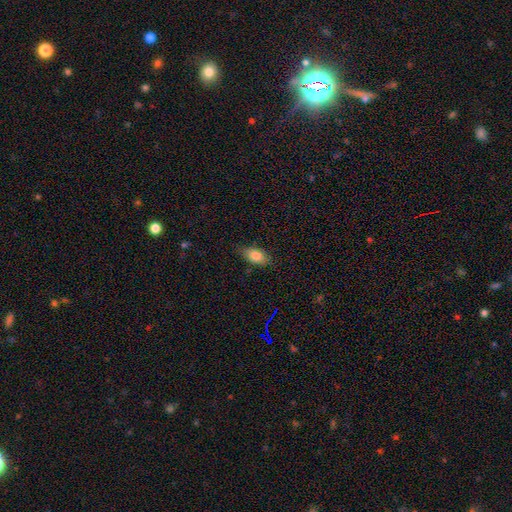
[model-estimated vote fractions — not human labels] smooth_or_featured: smooth (p=0.81) [alt: featured or disk p=0.11]
how_rounded: in between (p=0.87) [alt: cigar-shaped p=0.07]
merging: none (p=0.76) [alt: minor disturbance p=0.19]